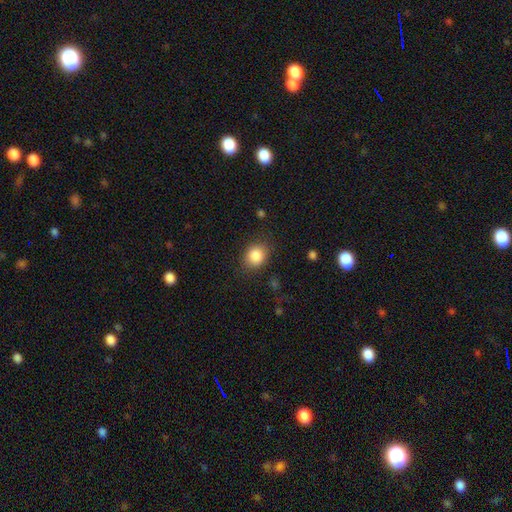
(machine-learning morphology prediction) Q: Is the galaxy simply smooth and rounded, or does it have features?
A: smooth — 85%.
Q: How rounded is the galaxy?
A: round — 57%.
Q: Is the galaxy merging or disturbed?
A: none — 83%.